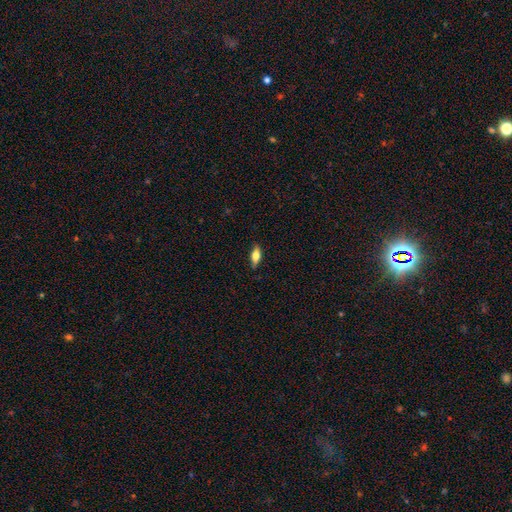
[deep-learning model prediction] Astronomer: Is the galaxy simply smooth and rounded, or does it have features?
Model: smooth — 68%.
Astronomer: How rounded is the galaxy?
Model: in between — 72%.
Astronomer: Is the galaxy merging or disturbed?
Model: none — 84%.